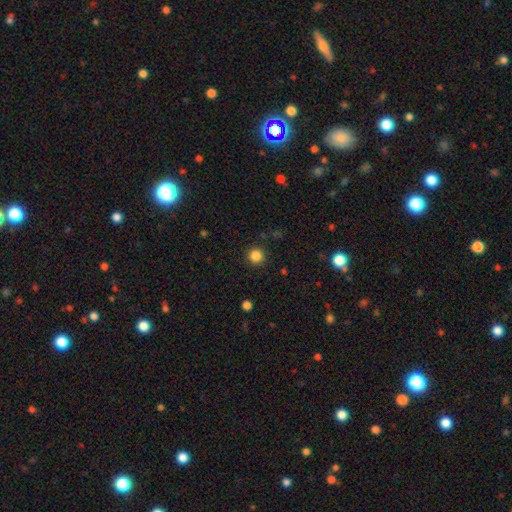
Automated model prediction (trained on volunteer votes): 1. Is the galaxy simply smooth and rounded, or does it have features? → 85% smooth, 12% star or artifact, 3% featured or disk.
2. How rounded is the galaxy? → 94% round, 5% in between, 1% cigar-shaped.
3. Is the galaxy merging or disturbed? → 90% none, 6% minor disturbance, 2% major disturbance, 1% merger.